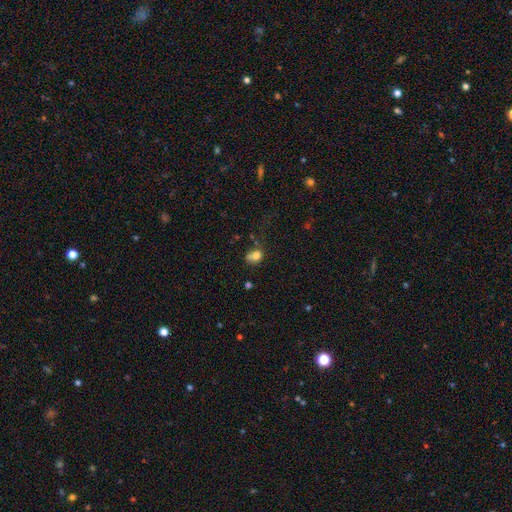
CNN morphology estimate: A smooth galaxy with no disk features (74%) that is round (49%, tied with in between).

Vote fractions:
- Smooth or featured? smooth: 74% / star or artifact: 13% / featured or disk: 13%
- How rounded? round: 49% (tied) / in between: 49% (tied) / cigar-shaped: 2%
- Merging? none: 39% / minor disturbance: 25% / merger: 20% / major disturbance: 17%